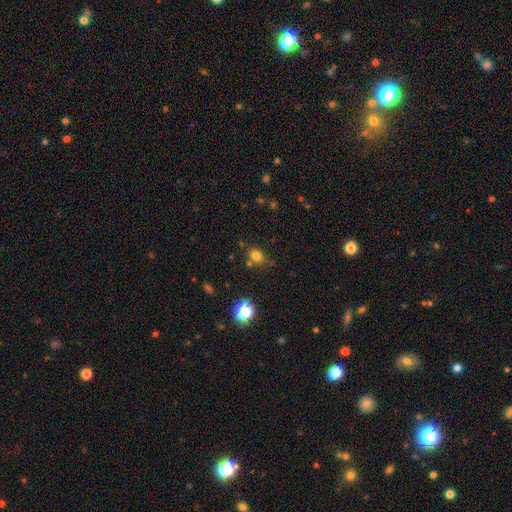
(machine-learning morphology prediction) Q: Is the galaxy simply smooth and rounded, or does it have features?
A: smooth — 75%.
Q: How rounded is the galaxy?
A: round — 51%.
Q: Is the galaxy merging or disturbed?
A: none — 70%.